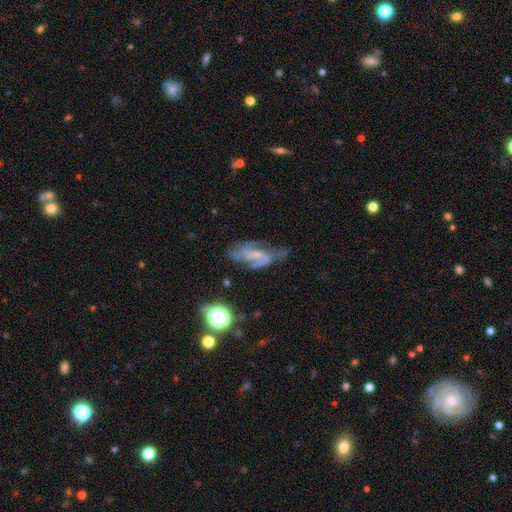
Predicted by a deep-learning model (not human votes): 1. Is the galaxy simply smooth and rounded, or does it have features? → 78% featured or disk, 12% smooth, 10% star or artifact.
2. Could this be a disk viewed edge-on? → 94% no, 6% yes.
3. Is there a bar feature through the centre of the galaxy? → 46% weak, 39% no, 16% strong.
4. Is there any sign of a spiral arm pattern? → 91% yes, 9% no.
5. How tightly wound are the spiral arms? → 47% medium, 33% loose, 20% tight.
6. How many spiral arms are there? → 65% 2, 14% can't tell, 11% 3, 4% 1, 3% 4, 2% more than 4.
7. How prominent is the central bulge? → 61% small, 23% moderate, 14% none, 2% large, 1% dominant.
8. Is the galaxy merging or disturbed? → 52% none, 24% minor disturbance, 20% major disturbance, 4% merger.